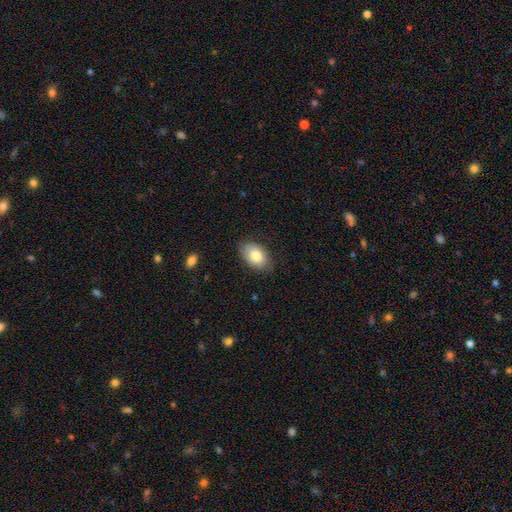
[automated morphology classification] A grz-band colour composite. It shows a smooth galaxy with no disk features (81%) that is in between round and cigar-shaped (90%). Merging: none (80%).